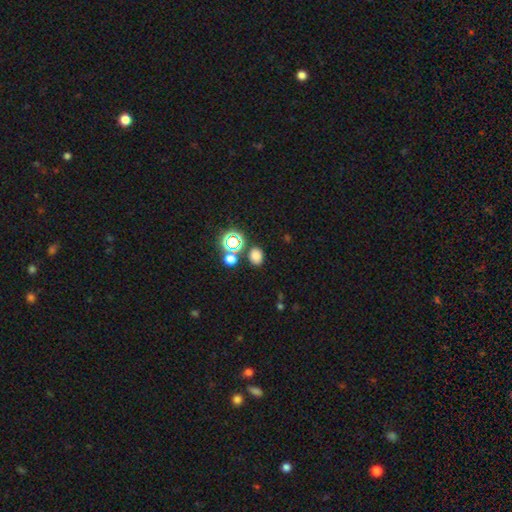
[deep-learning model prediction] Overall: smooth (72%). How rounded: in between (54%; round 45%). Merging: none (80%).